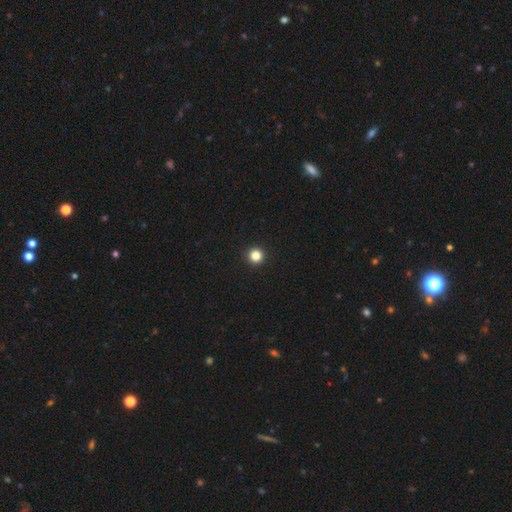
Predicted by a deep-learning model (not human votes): Q: Smooth or featured?
A: smooth (84%); runner-up: star or artifact (12%)
Q: How rounded?
A: round (96%); runner-up: in between (3%)
Q: Merging?
A: none (94%); runner-up: minor disturbance (3%)